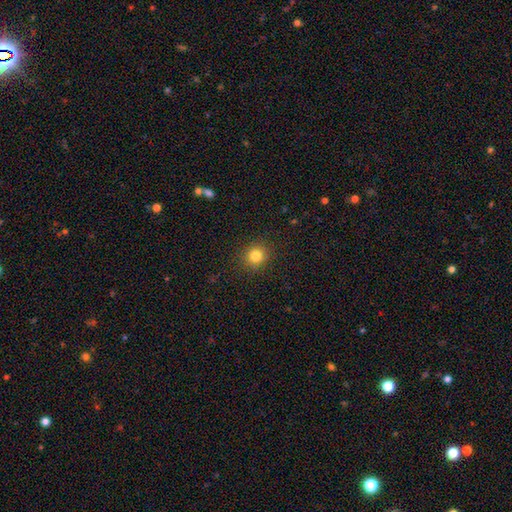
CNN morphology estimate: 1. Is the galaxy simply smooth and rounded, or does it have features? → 82% smooth, 12% star or artifact, 6% featured or disk.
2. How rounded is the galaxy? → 86% round, 13% in between, 1% cigar-shaped.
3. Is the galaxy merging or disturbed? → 90% none, 7% minor disturbance, 2% major disturbance, 1% merger.